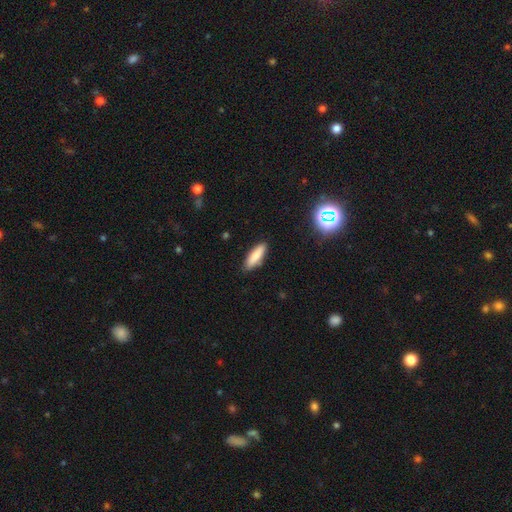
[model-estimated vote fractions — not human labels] Q: Smooth or featured?
A: smooth (84%); runner-up: featured or disk (9%)
Q: How rounded?
A: cigar-shaped (53%); runner-up: in between (46%)
Q: Merging?
A: none (87%); runner-up: minor disturbance (10%)